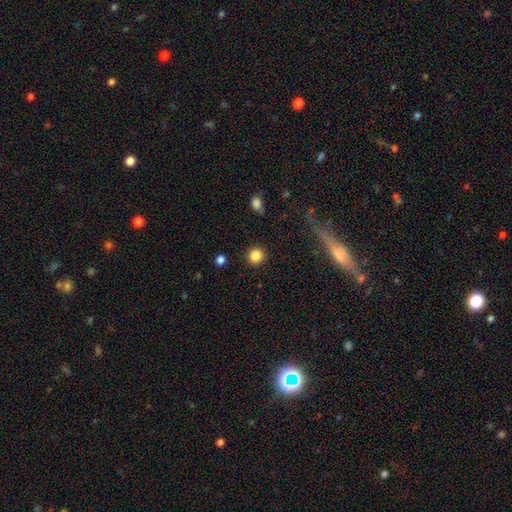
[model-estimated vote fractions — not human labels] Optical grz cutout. It shows a smooth galaxy with no disk features (85%) that is round (92%). Merging: none (91%).